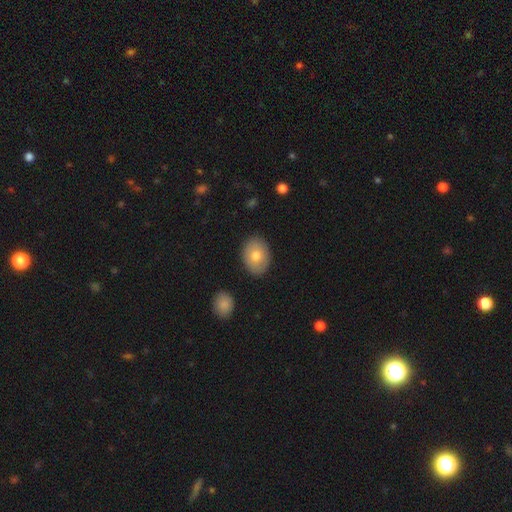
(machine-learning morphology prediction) Smooth or featured?
  - smooth: 75% *
  - featured or disk: 18%
  - star or artifact: 7%
How rounded?
  - in between: 70% *
  - round: 29%
  - cigar-shaped: 1%
Merging?
  - none: 87% *
  - minor disturbance: 9%
  - major disturbance: 2%
  - merger: 2%